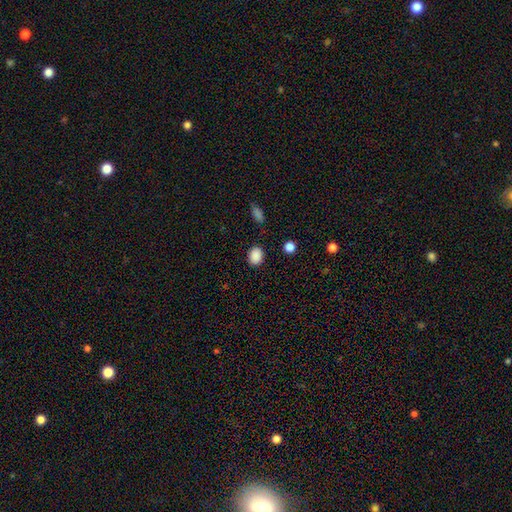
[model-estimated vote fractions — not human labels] Smooth or featured?
  - smooth: 88% *
  - star or artifact: 9%
  - featured or disk: 3%
How rounded?
  - in between: 64% *
  - round: 35%
  - cigar-shaped: 1%
Merging?
  - none: 86% *
  - minor disturbance: 9%
  - major disturbance: 3%
  - merger: 2%